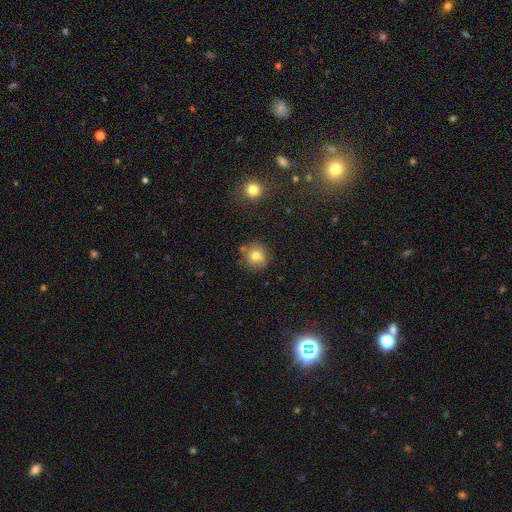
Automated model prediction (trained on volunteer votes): Overall: smooth (76%). How rounded: round (89%). Merging: none (79%).